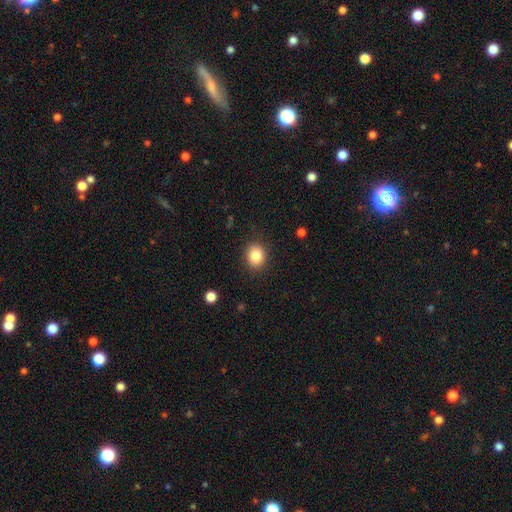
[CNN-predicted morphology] Smooth or featured?
  - smooth: 85% *
  - star or artifact: 10%
  - featured or disk: 5%
How rounded?
  - round: 72% *
  - in between: 27%
  - cigar-shaped: 1%
Merging?
  - none: 88% *
  - minor disturbance: 8%
  - major disturbance: 3%
  - merger: 1%